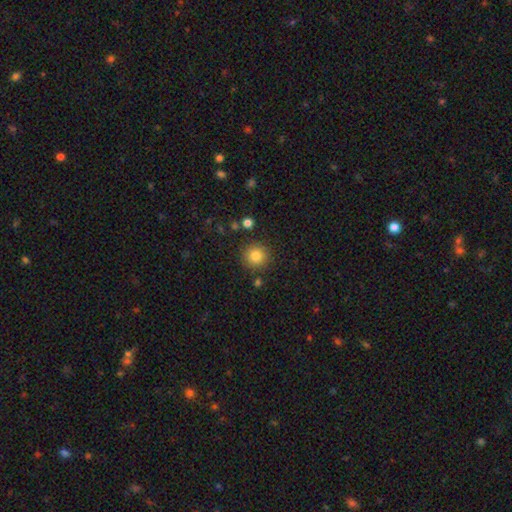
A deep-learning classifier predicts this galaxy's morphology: Q: Smooth or featured?
A: smooth (84%); runner-up: star or artifact (11%)
Q: How rounded?
A: round (94%); runner-up: in between (5%)
Q: Merging?
A: none (87%); runner-up: minor disturbance (7%)